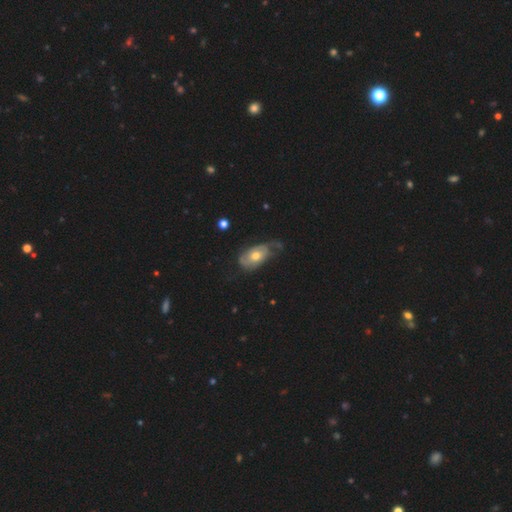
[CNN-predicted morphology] Smooth or featured? Predicted: featured or disk (p=0.61). Edge-on disk? Predicted: no (p=0.92). Bar? Predicted: no (p=0.80). Spiral arms? Predicted: yes (p=0.72). Bulge size? Predicted: moderate (p=0.71). Merging? Predicted: none (p=0.42).